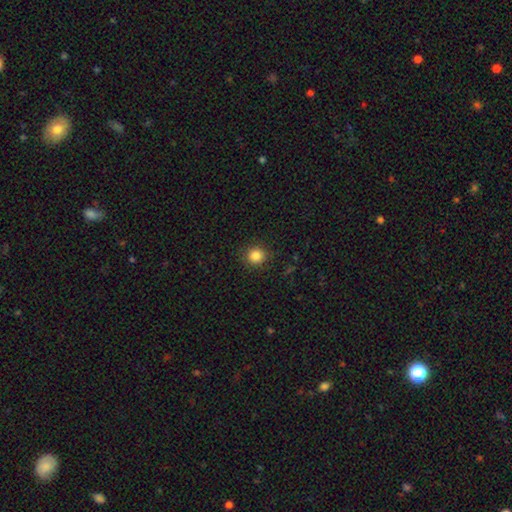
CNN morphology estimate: type=smooth (84%); roundness=round (89%); merging=none (89%).